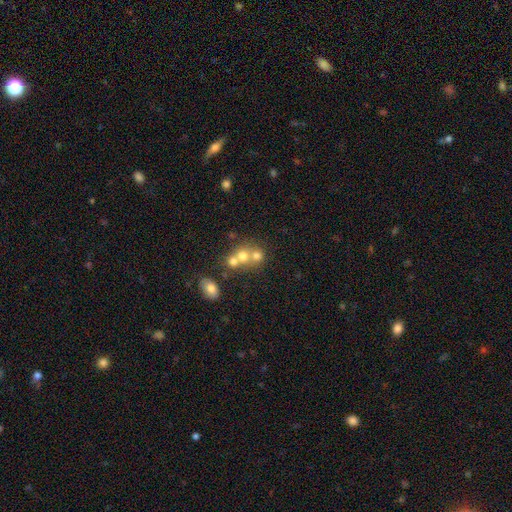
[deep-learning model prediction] Morphology: type=smooth (66%); roundness=round (79%); merging=merger (58%).